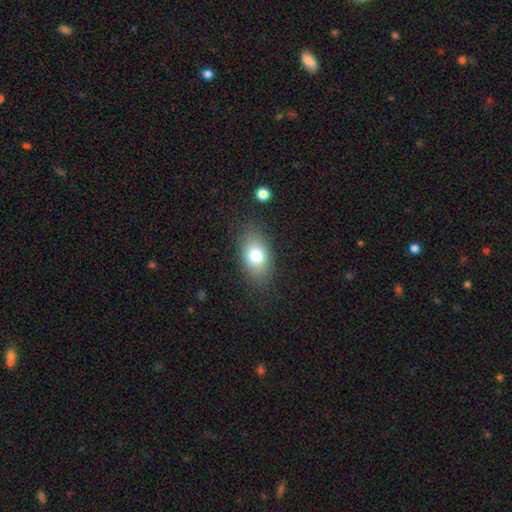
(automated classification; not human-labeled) smooth-or-featured: smooth: 77% | featured or disk: 14% | star or artifact: 10%
  how-rounded: in between: 86% | round: 12% | cigar-shaped: 3%
  merging: none: 82% | minor disturbance: 12% | major disturbance: 4% | merger: 2%